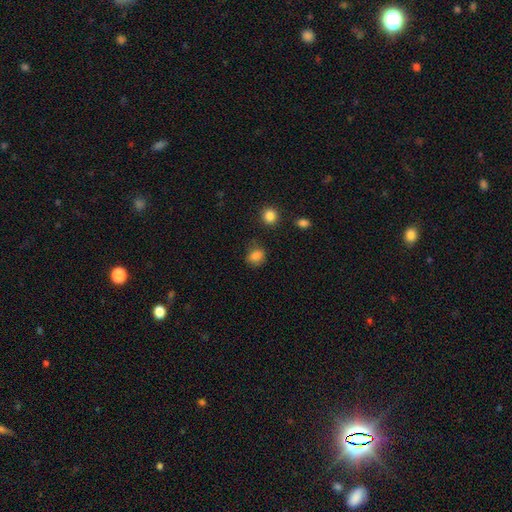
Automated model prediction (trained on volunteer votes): smooth 83%, star or artifact 11%, featured or disk 5%. Down the decision tree: how rounded — round (64%); merging — none (75%).